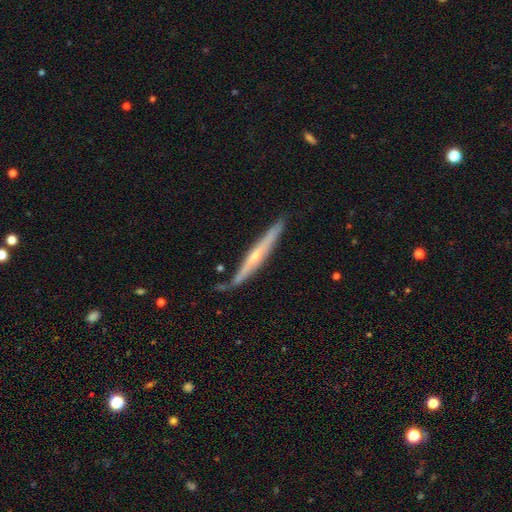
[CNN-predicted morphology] Smooth or featured: featured or disk — 67% (smooth — 27%)
Edge-on disk: yes — 95% (no — 5%)
Edge-on bulge: rounded — 61% (none — 34%)
Merging: none — 78% (minor disturbance — 16%)